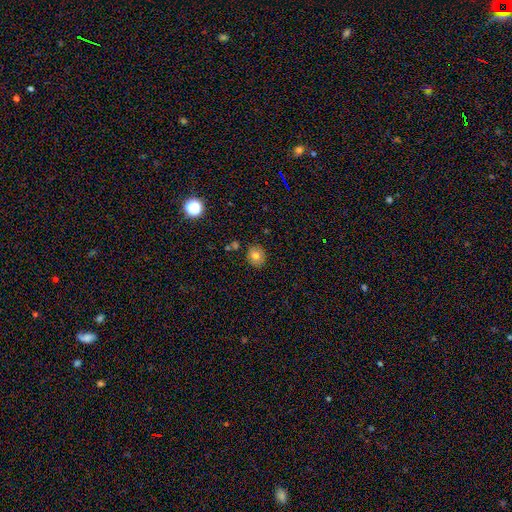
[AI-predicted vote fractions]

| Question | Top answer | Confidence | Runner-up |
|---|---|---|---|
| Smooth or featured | smooth | 73% | featured or disk (15%) |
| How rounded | round | 68% | in between (31%) |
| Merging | none | 83% | minor disturbance (11%) |